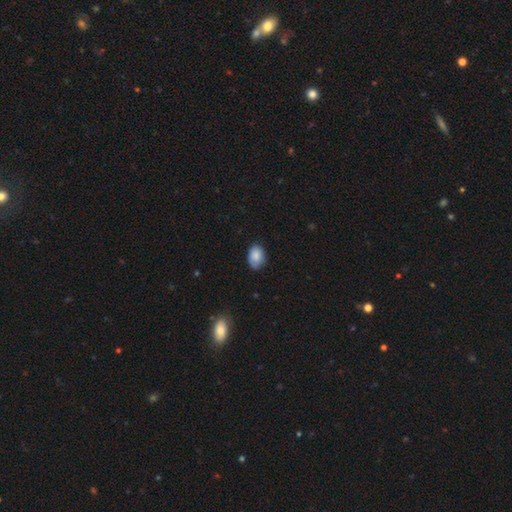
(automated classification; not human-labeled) The model was most divided on "merging": none: 69%, minor disturbance: 26%, major disturbance: 4%, merger: 1%. More confident: smooth or featured — smooth (84%); how rounded — in between (82%).